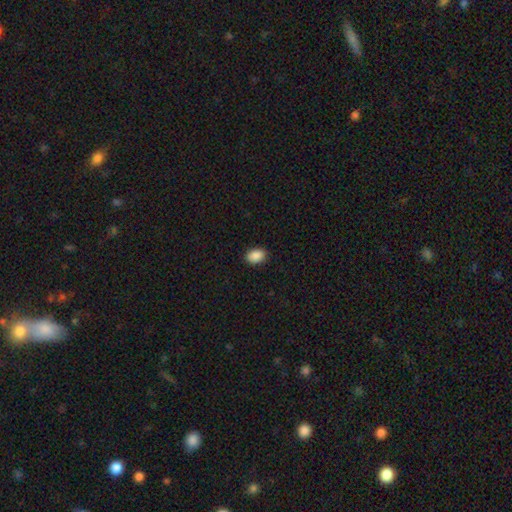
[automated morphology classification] This is clearly a smooth galaxy (90%). How rounded: clearly in between (81%). Merging: clearly none (90%).